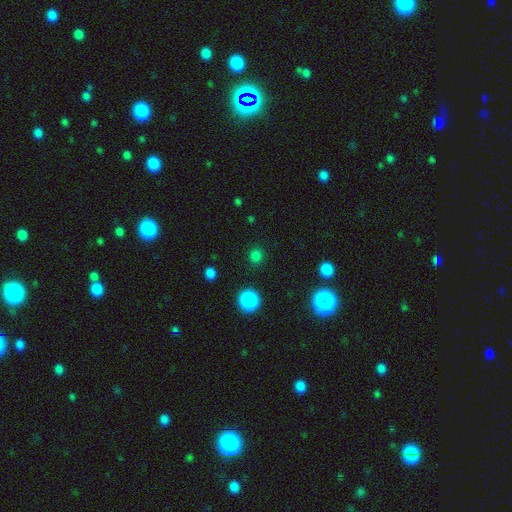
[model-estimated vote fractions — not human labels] Smooth or featured?
  - smooth: 74% *
  - star or artifact: 22%
  - featured or disk: 4%
How rounded?
  - round: 90% *
  - in between: 9%
  - cigar-shaped: 1%
Merging?
  - none: 88% *
  - minor disturbance: 7%
  - major disturbance: 3%
  - merger: 2%